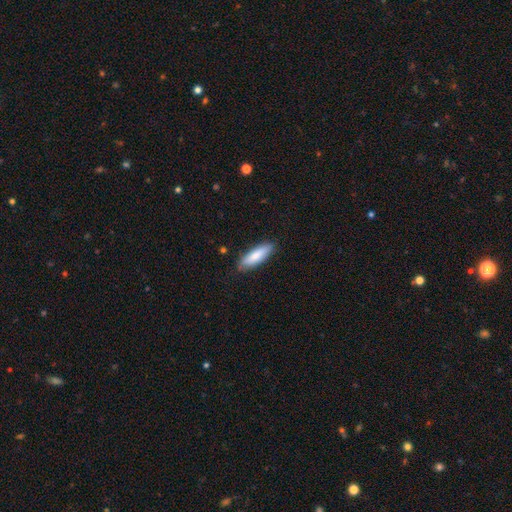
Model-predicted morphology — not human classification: Smooth or featured: smooth — 80% (featured or disk — 15%)
How rounded: cigar-shaped — 52% (in between — 46%)
Merging: none — 84% (minor disturbance — 12%)